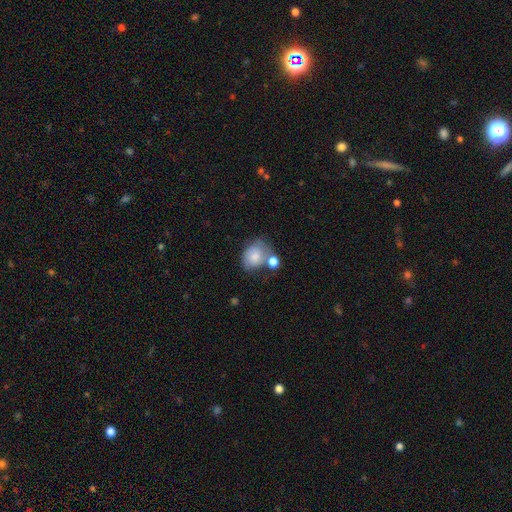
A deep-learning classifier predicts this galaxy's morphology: A smooth galaxy with no disk features (68%) that is round (50%).

Vote fractions:
- Smooth or featured? smooth: 68% / featured or disk: 24% / star or artifact: 8%
- How rounded? round: 50% / in between: 49% / cigar-shaped: 1%
- Merging? none: 38% / merger: 30% / minor disturbance: 21% / major disturbance: 10%